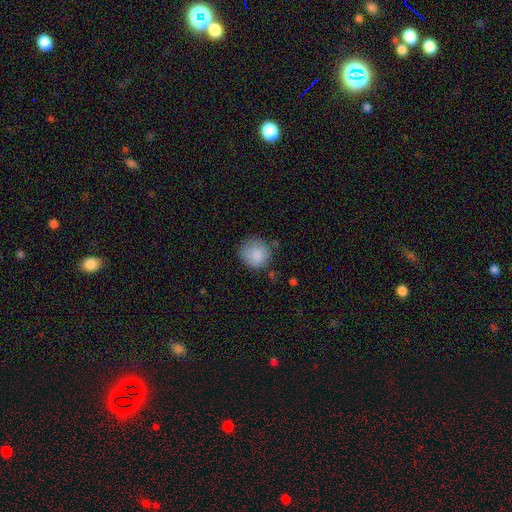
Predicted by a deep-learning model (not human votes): smooth-or-featured: smooth: 86% | star or artifact: 7% | featured or disk: 6%
  how-rounded: round: 90% | in between: 9% | cigar-shaped: 1%
  merging: none: 74% | minor disturbance: 19% | major disturbance: 5% | merger: 3%